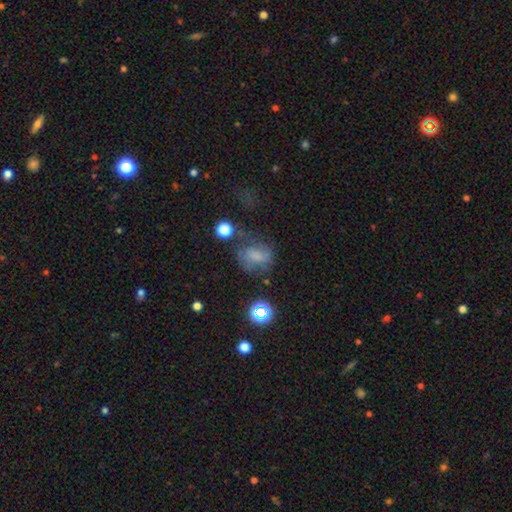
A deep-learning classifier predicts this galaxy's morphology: smooth 49%, featured or disk 33%, star or artifact 18%. Down the decision tree: merging — none (39%).